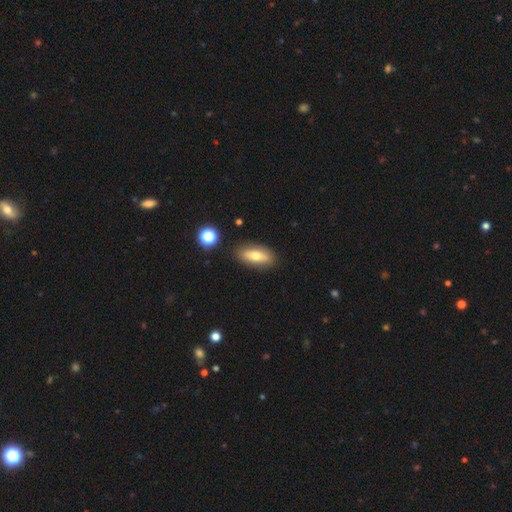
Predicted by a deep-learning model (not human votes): smooth-or-featured: smooth: 66% | featured or disk: 27% | star or artifact: 8%
  how-rounded: in between: 75% | cigar-shaped: 21% | round: 4%
  merging: none: 86% | minor disturbance: 9% | major disturbance: 2% | merger: 2%